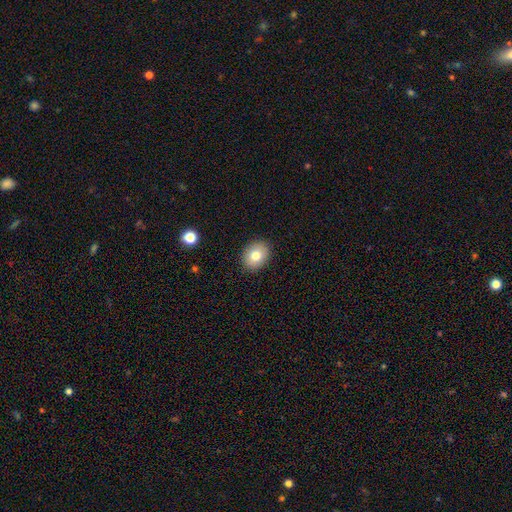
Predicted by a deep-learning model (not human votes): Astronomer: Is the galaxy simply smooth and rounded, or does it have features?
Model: smooth — 78%.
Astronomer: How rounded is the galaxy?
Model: in between — 51% (runner-up: round, 48%).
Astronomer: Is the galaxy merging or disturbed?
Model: none — 90%.